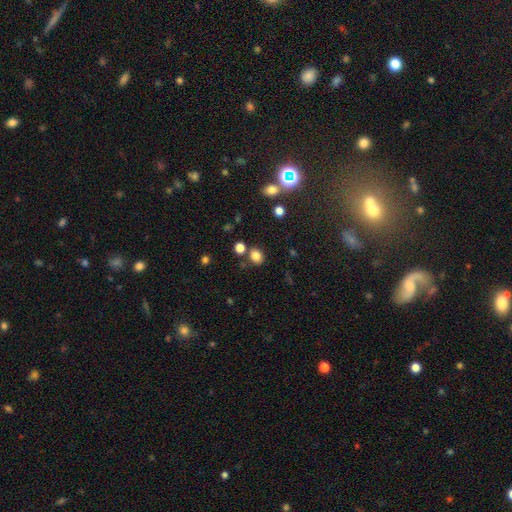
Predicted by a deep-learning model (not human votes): The model was most divided on "how rounded": round: 66%, in between: 33%, cigar-shaped: 1%. More confident: smooth or featured — smooth (81%); merging — none (77%).